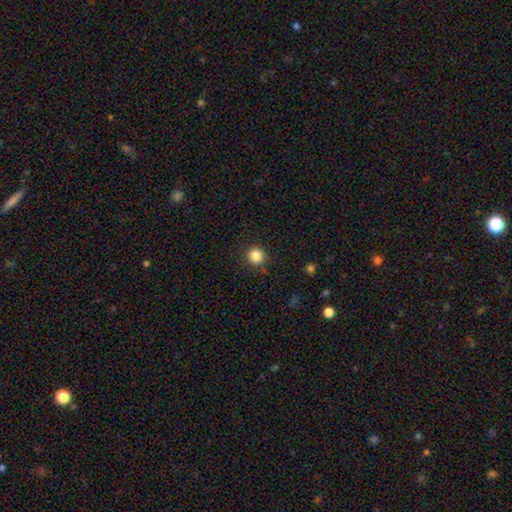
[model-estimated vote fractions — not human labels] smooth 85%, star or artifact 11%, featured or disk 4%. Down the decision tree: how rounded — round (93%); merging — none (88%).